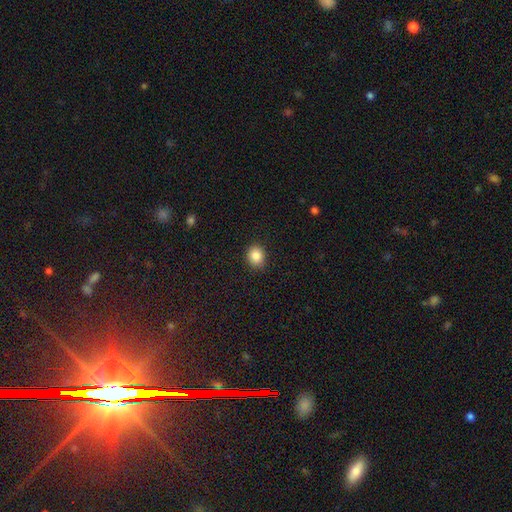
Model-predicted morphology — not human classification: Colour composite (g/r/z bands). It shows a smooth galaxy with no disk features (86%) that is round (71%). Merging: none (88%).